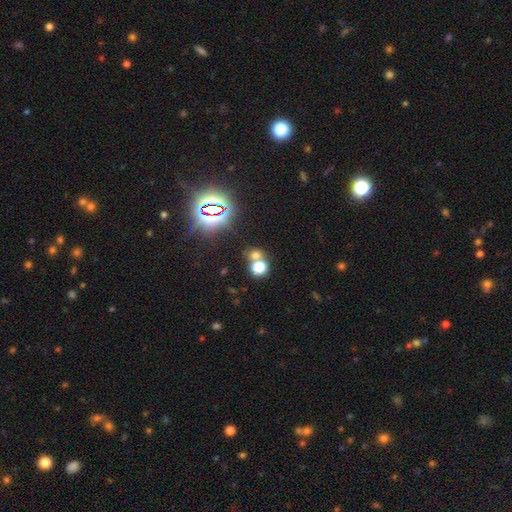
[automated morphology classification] Q: Smooth or featured?
A: smooth (61%); runner-up: star or artifact (29%)
Q: How rounded?
A: round (79%); runner-up: in between (20%)
Q: Merging?
A: none (49%); runner-up: merger (41%)